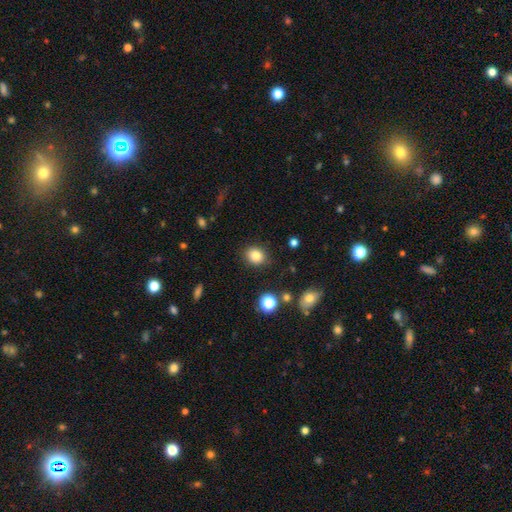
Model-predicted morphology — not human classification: smooth 82%, star or artifact 11%, featured or disk 7%. Down the decision tree: how rounded — round (63%); merging — none (87%).